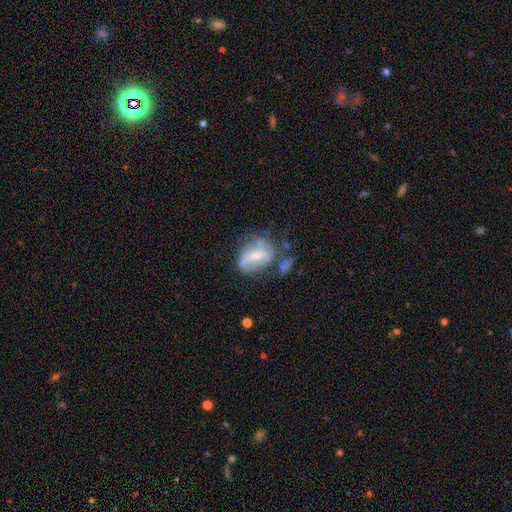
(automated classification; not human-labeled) featured or disk 63%, smooth 29%, star or artifact 8%. Down the decision tree: edge-on disk — no (93%); bar — strong (42%); spiral arms — yes (56%); bulge size — moderate (46%); merging — none (38%).